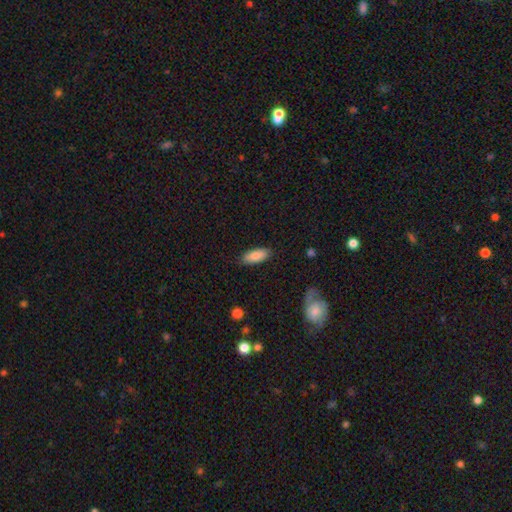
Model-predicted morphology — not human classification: This appears to be a smooth galaxy with no disk features (86%) that is in between round and cigar-shaped (81%). Merging: none (85%).